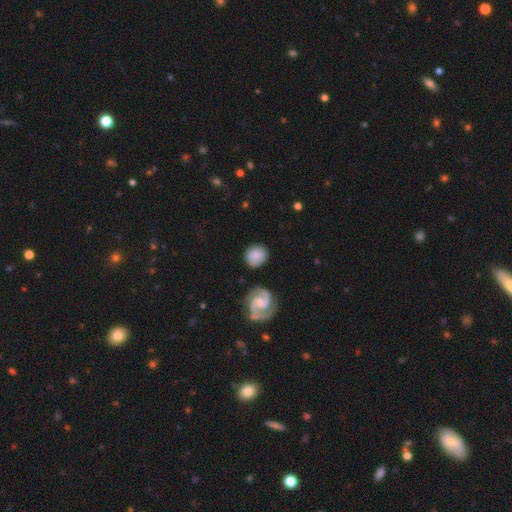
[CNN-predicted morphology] A smooth galaxy with no disk features (66%) that is round (87%). Merging: none (83%).